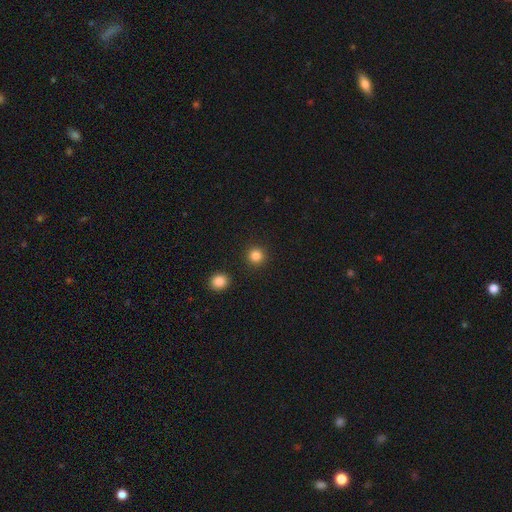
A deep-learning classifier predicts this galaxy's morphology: Overall: smooth (85%). How rounded: round (94%). Merging: none (91%).